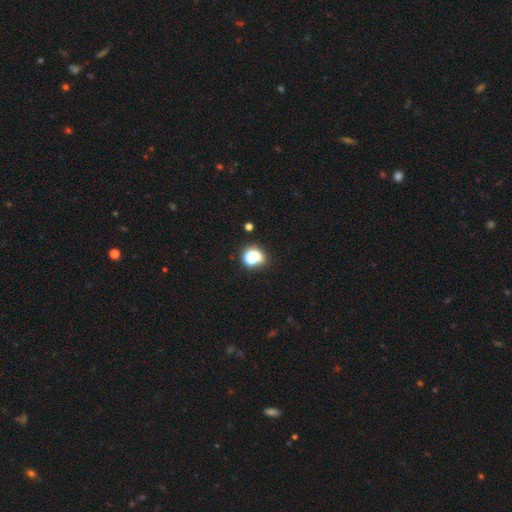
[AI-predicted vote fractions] Morphology: type=smooth (63%); roundness=round (67%); merging=none (52%).